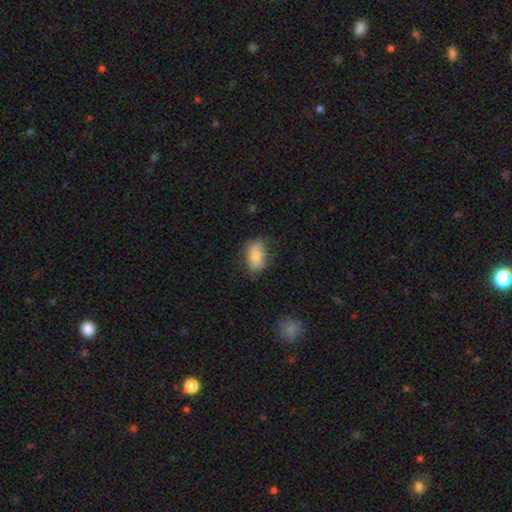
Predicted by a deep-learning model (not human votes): Smooth or featured? smooth (76%)
How rounded? in between (86%)
Merging? none (68%)